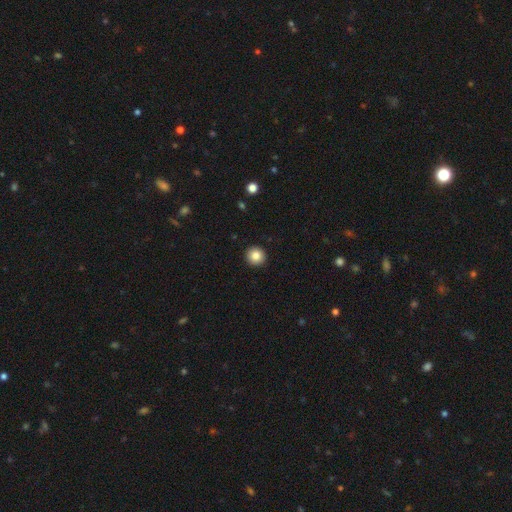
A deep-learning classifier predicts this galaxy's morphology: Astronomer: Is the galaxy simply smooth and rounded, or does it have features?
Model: smooth — 85%.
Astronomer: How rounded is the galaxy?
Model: round — 95%.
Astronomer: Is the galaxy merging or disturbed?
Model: none — 93%.